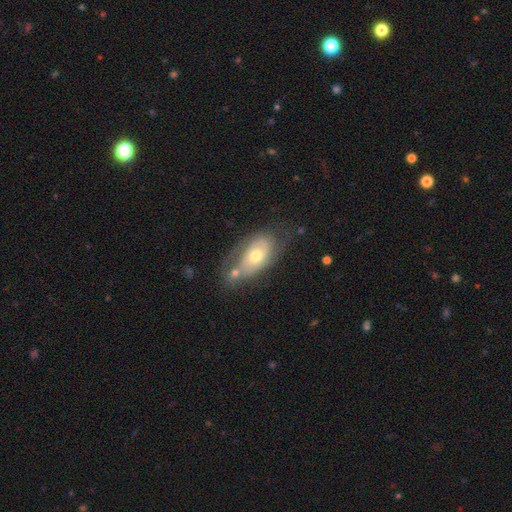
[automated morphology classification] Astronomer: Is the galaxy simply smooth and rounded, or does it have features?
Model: featured or disk — 55% (runner-up: smooth, 37%).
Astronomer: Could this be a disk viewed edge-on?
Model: no — 90%.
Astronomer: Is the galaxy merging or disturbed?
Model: none — 43% (runner-up: minor disturbance, 25%).